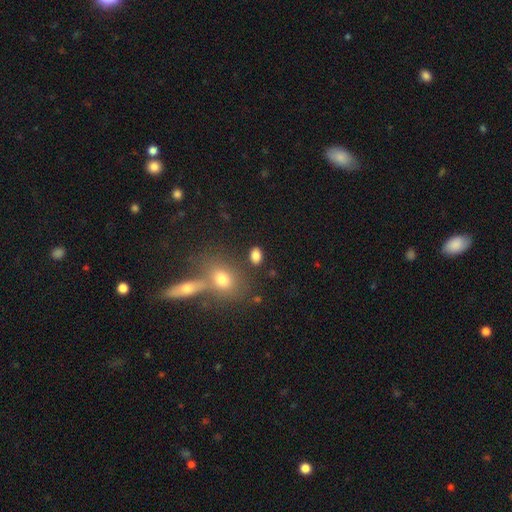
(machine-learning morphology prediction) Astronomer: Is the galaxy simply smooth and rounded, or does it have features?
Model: smooth — 83%.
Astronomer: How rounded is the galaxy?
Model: in between — 82%.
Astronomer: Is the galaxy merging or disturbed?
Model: none — 76%.